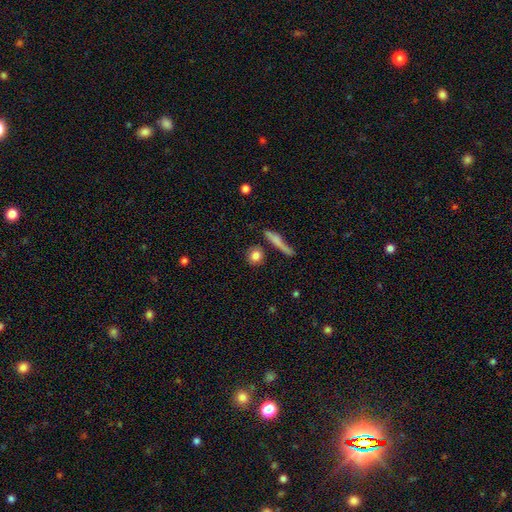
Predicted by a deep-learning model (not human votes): This is clearly a smooth galaxy (82%). How rounded: likely round (76%). Merging: likely none (80%).